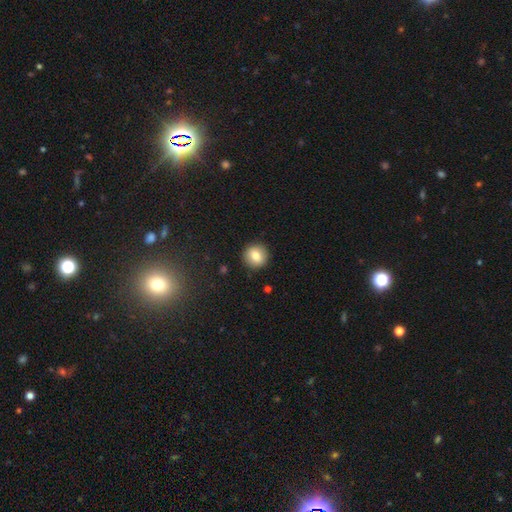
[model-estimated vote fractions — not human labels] Smooth or featured: smooth — 81% (featured or disk — 10%)
How rounded: round — 92% (in between — 7%)
Merging: none — 91% (minor disturbance — 6%)